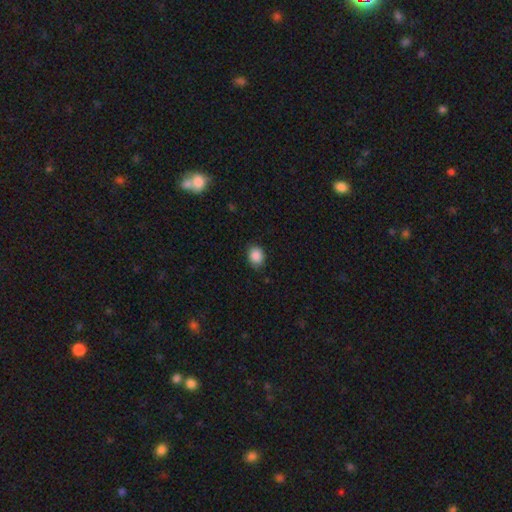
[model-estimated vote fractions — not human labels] A smooth galaxy with no disk features (88%) that is round (51%). Merging: none (83%).